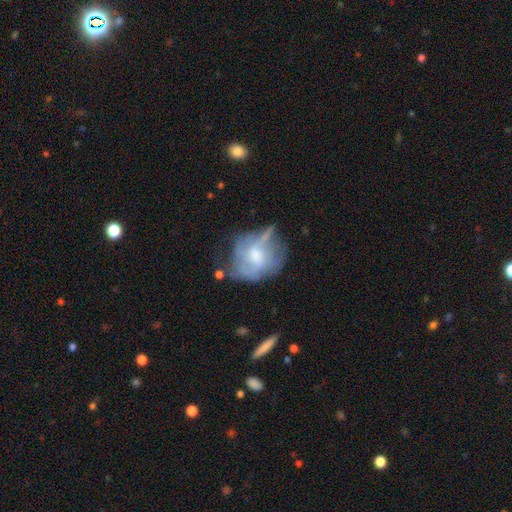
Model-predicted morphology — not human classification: A featured or disk galaxy (57%) with no bar (57%), spiral arms (51%) and a moderate central bulge (50%). Merging: none (38%).